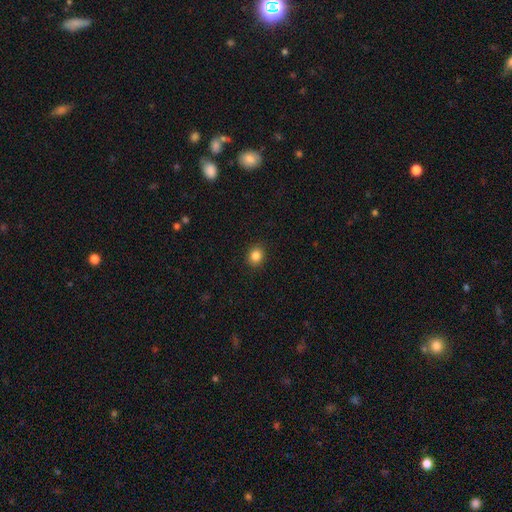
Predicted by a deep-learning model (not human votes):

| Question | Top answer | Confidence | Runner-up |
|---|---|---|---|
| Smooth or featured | smooth | 85% | star or artifact (11%) |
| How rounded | round | 74% | in between (25%) |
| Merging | none | 91% | minor disturbance (6%) |